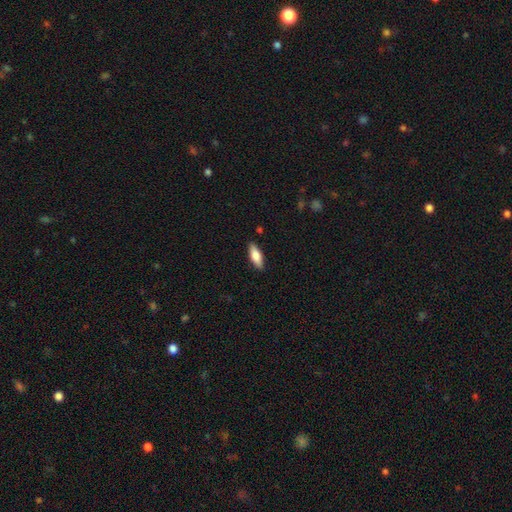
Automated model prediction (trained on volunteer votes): Smooth or featured?
  - smooth: 77% *
  - featured or disk: 17%
  - star or artifact: 6%
How rounded?
  - in between: 65% *
  - cigar-shaped: 33%
  - round: 2%
Merging?
  - none: 88% *
  - minor disturbance: 9%
  - major disturbance: 2%
  - merger: 1%